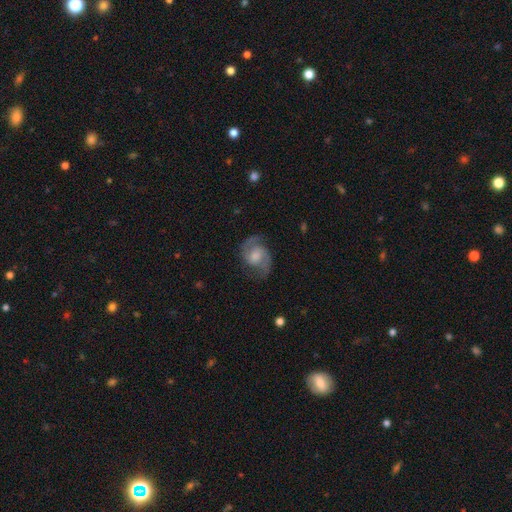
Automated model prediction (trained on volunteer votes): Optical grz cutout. It shows a featured or disk galaxy (85%) with no bar (56%), 2 (92%) medium (57%) spiral arms (97%) and a moderate central bulge (43%). Merging: none (74%).